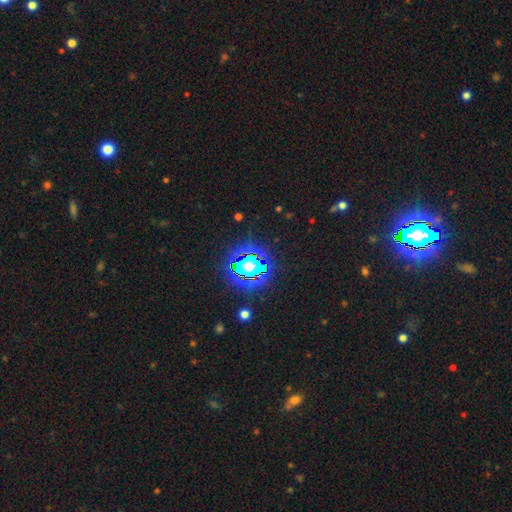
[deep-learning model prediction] Overall: star or artifact (84%).